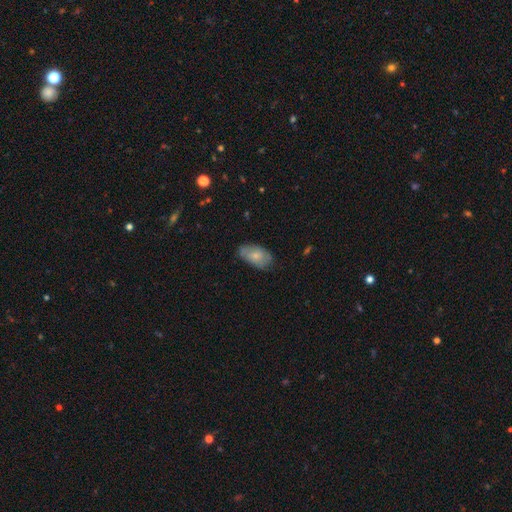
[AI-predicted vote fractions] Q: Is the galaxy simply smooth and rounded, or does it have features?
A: smooth — 71%.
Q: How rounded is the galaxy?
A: in between — 93%.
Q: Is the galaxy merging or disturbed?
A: none — 67%.